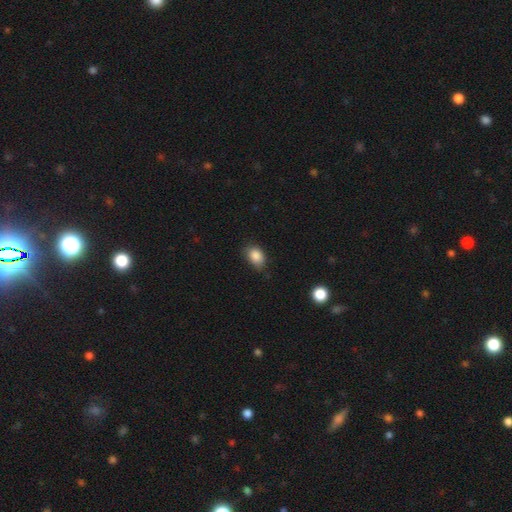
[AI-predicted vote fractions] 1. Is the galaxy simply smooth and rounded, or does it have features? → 86% smooth, 9% star or artifact, 5% featured or disk.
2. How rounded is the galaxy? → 78% in between, 21% round, 1% cigar-shaped.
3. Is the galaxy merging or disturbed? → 70% none, 24% minor disturbance, 4% major disturbance, 1% merger.